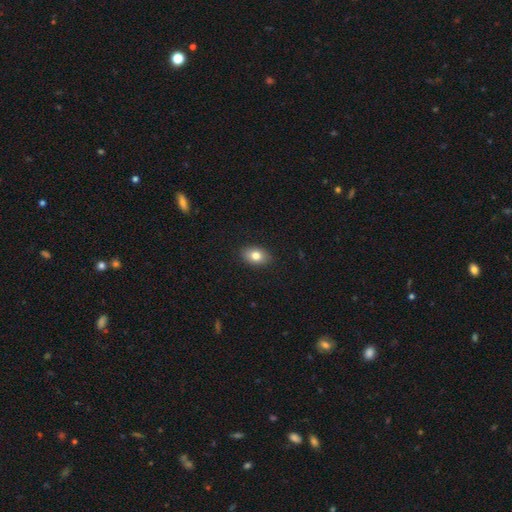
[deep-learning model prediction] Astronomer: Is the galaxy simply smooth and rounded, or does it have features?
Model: smooth — 80%.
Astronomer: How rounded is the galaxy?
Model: in between — 81%.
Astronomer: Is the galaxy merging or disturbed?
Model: none — 89%.